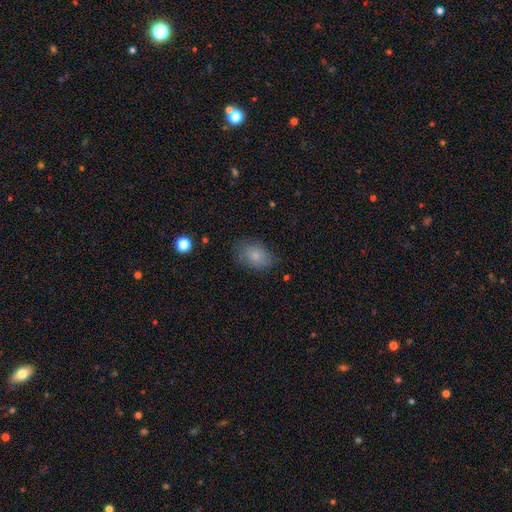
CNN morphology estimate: This appears to be a smooth galaxy with no disk features (78%) that is in between round and cigar-shaped (76%). Merging: none (72%).